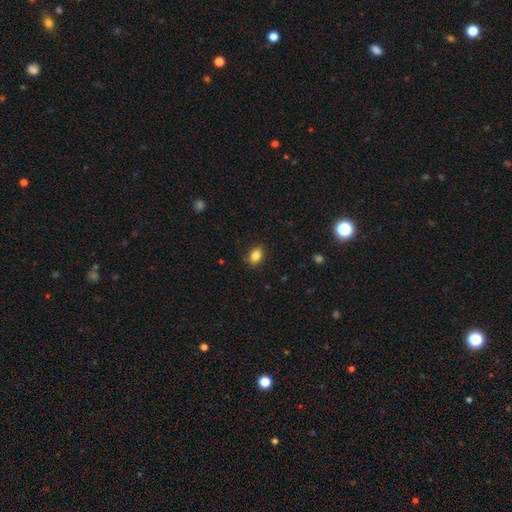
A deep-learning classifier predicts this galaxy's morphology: This is clearly a smooth galaxy (84%). How rounded: likely in between (77%). Merging: clearly none (84%).